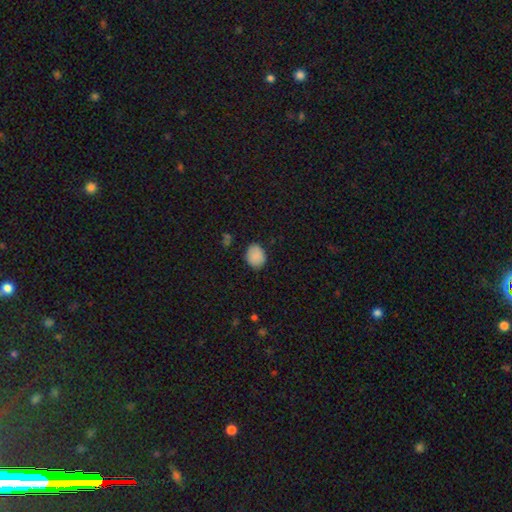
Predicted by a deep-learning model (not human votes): This appears to be a smooth galaxy with no disk features (87%) that is round (52%). Merging: none (81%).